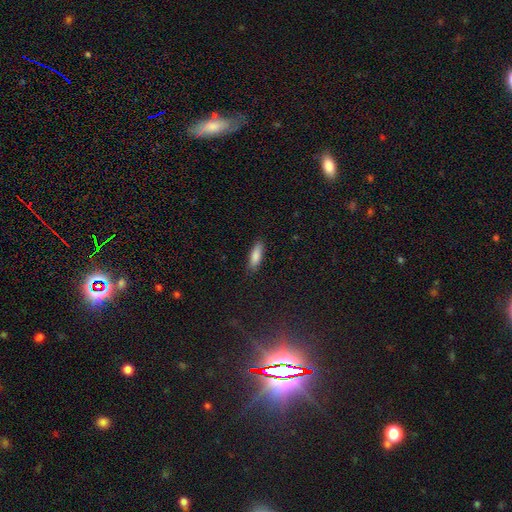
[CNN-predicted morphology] Smooth or featured? Predicted: smooth (p=0.85). How rounded? Predicted: in between (p=0.51). Merging? Predicted: none (p=0.86).